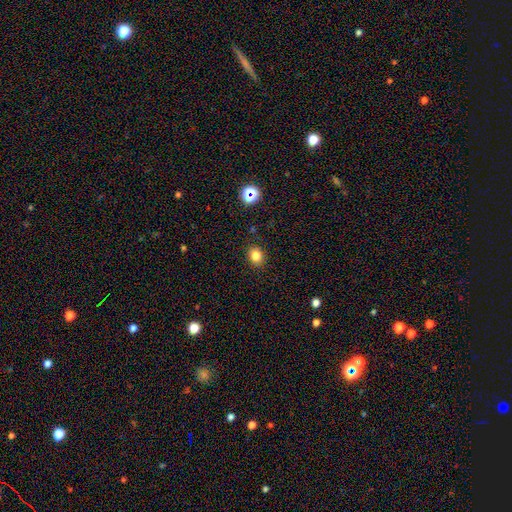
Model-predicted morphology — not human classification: Q: Smooth or featured?
A: smooth (81%); runner-up: star or artifact (13%)
Q: How rounded?
A: round (55%); runner-up: in between (44%)
Q: Merging?
A: none (87%); runner-up: minor disturbance (9%)